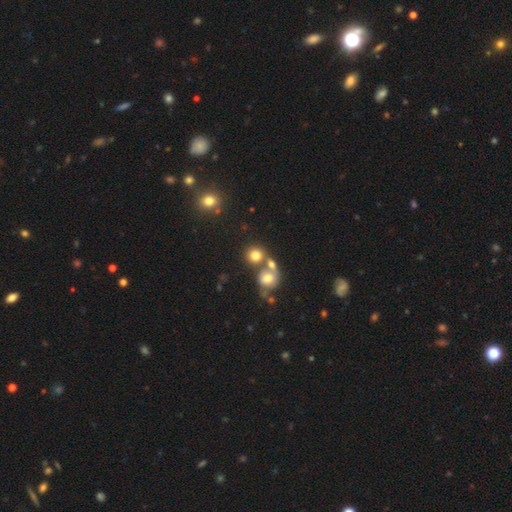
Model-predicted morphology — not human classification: This appears to be a smooth galaxy with no disk features (74%) that is round (85%). Merging: none (51%).